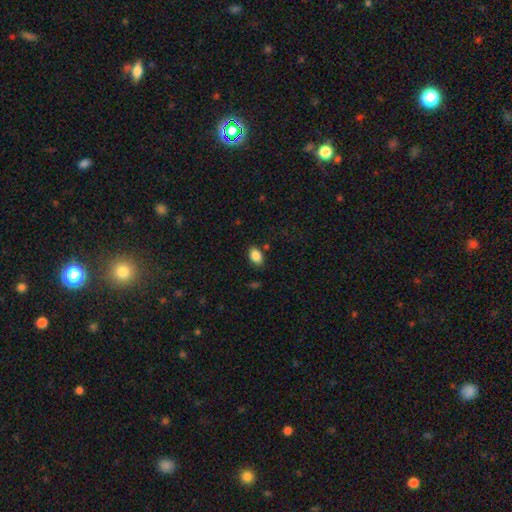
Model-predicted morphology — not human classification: type=smooth (88%); roundness=in between (87%); merging=none (83%).